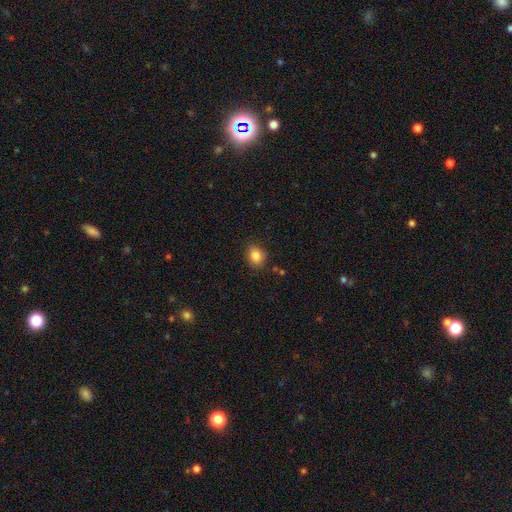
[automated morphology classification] Smooth or featured: smooth — 85% (star or artifact — 10%)
How rounded: round — 53% (in between — 46%)
Merging: none — 85% (minor disturbance — 11%)